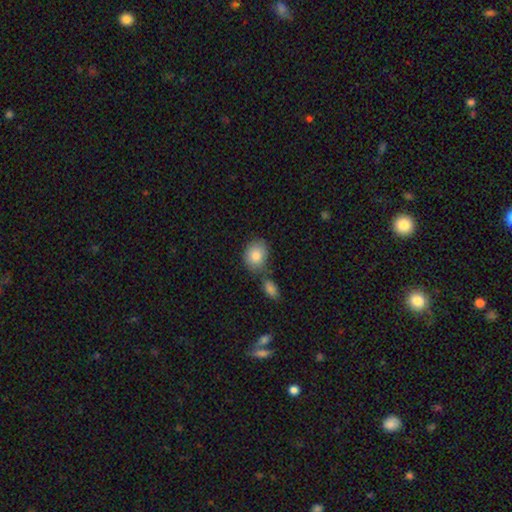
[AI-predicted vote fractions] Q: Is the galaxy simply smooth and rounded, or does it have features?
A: smooth — 84%.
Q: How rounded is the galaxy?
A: in between — 53%.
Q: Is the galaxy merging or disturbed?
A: none — 59%.